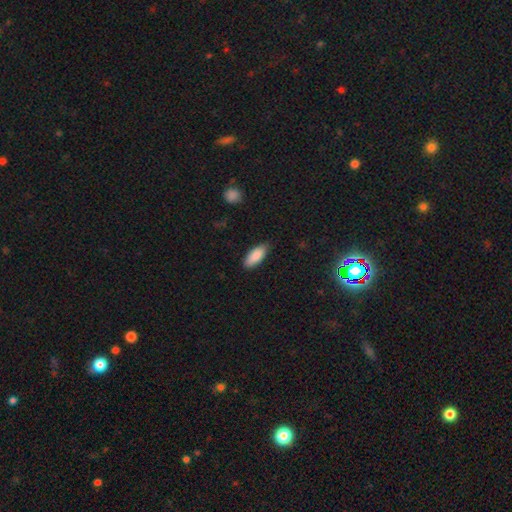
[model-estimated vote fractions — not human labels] This appears to be a smooth galaxy with no disk features (89%) that is in between round and cigar-shaped (79%). Merging: none (84%).